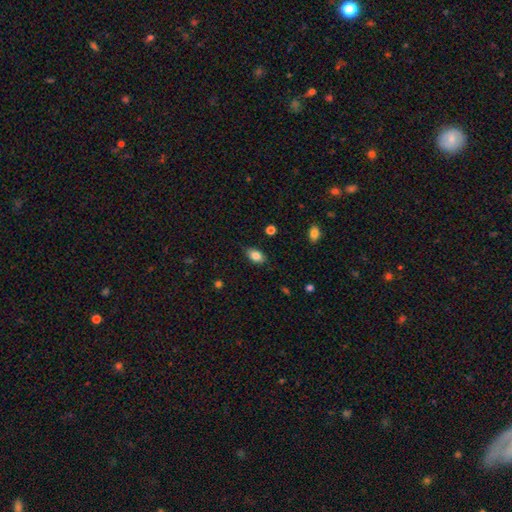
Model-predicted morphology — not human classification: Smooth or featured? Predicted: smooth (p=0.83). How rounded? Predicted: in between (p=0.88). Merging? Predicted: none (p=0.78).